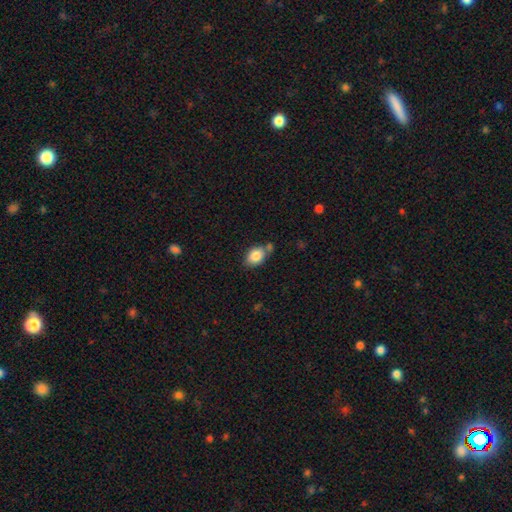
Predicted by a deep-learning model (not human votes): Smooth or featured: smooth — 84% (featured or disk — 8%)
How rounded: in between — 78% (round — 21%)
Merging: none — 61% (minor disturbance — 19%)